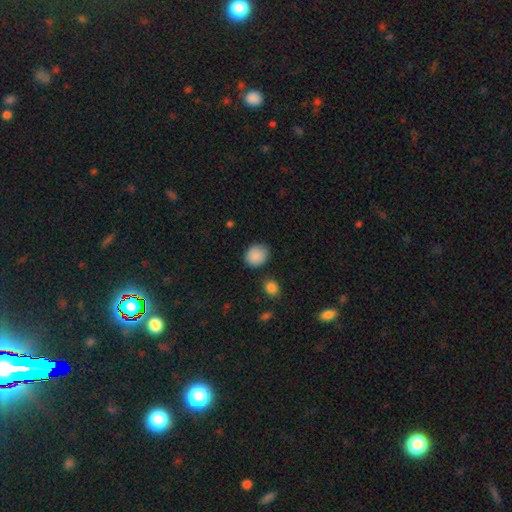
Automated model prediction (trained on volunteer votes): This is clearly a smooth galaxy (89%). How rounded: likely round (65%). Merging: clearly none (80%).